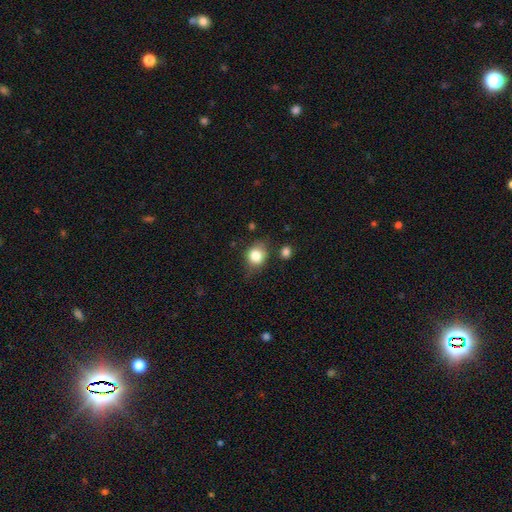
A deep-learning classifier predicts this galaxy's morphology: This appears to be a smooth galaxy with no disk features (81%) that is round (62%). Merging: none (66%).